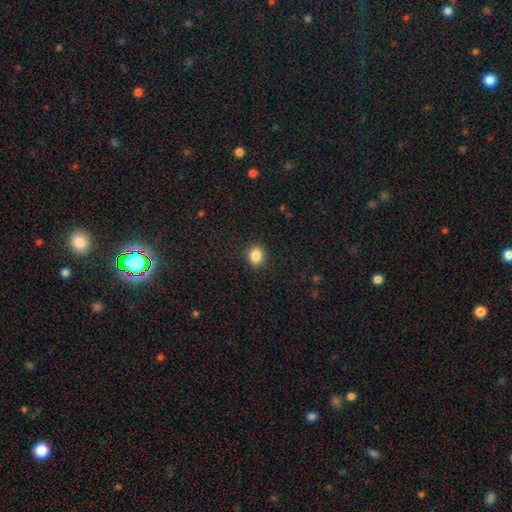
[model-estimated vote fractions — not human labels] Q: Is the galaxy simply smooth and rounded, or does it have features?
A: smooth — 86%.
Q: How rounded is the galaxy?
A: in between — 53%.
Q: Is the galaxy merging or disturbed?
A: none — 90%.